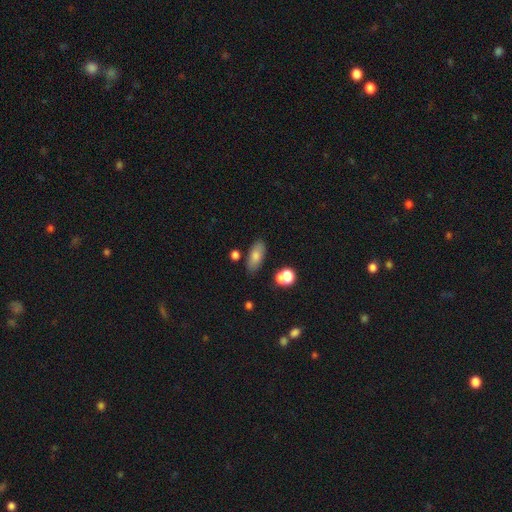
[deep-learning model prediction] Smooth or featured? Predicted: smooth (p=0.77). How rounded? Predicted: in between (p=0.82). Merging? Predicted: none (p=0.77).